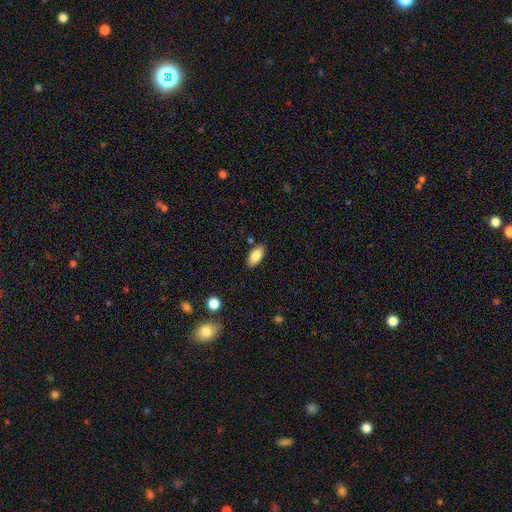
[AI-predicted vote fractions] The model was most divided on "merging": none: 84%, minor disturbance: 11%, merger: 3%, major disturbance: 2%. More confident: how rounded — in between (92%); smooth or featured — smooth (84%).